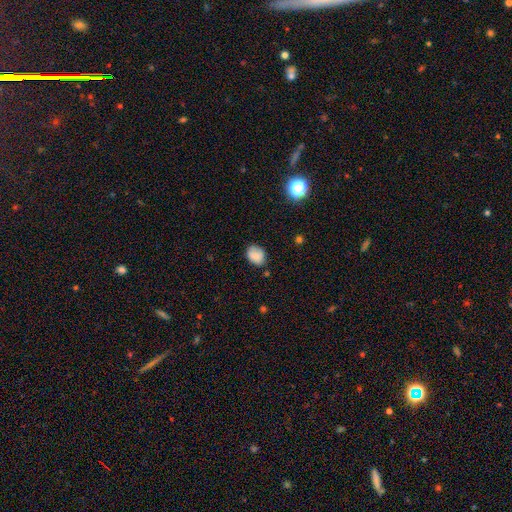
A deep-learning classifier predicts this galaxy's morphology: smooth 81%, star or artifact 10%, featured or disk 10%. Down the decision tree: how rounded — in between (64%); merging — none (70%).